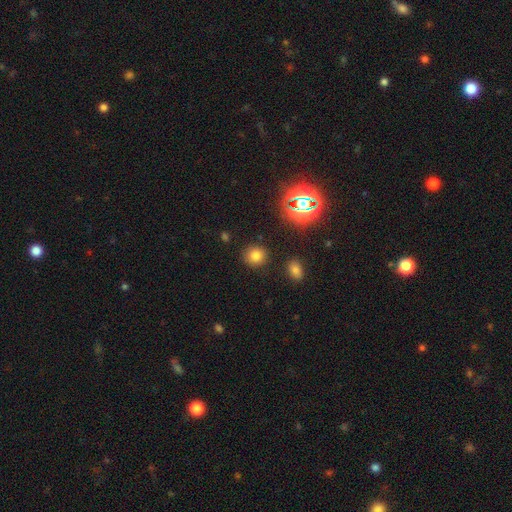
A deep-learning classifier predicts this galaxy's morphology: Smooth or featured?
  - smooth: 75% *
  - star or artifact: 19%
  - featured or disk: 6%
How rounded?
  - round: 86% *
  - in between: 13%
  - cigar-shaped: 1%
Merging?
  - none: 88% *
  - minor disturbance: 7%
  - major disturbance: 3%
  - merger: 2%